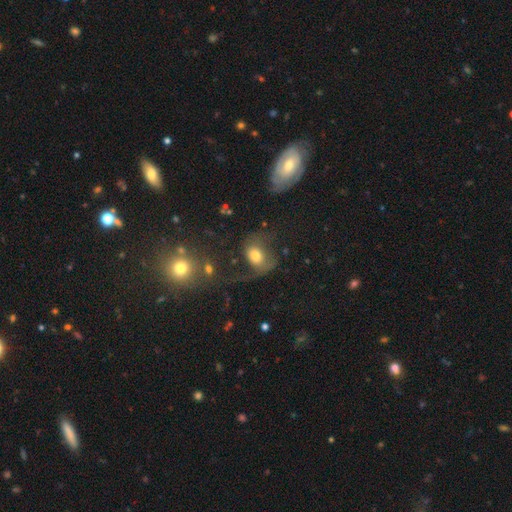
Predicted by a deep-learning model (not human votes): smooth 53%, featured or disk 35%, star or artifact 12%. Down the decision tree: how rounded — in between (60%); merging — major disturbance (45%).